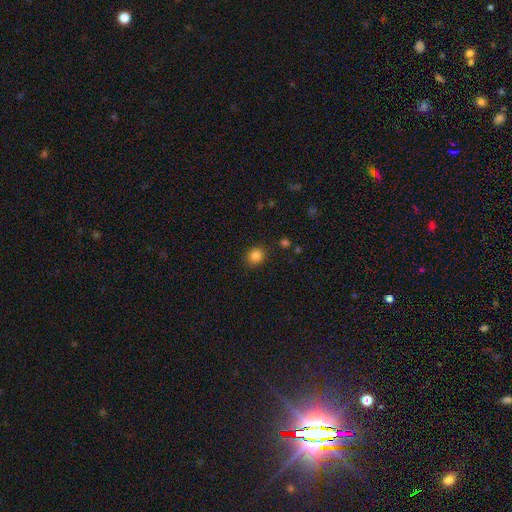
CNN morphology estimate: Smooth or featured?
  - smooth: 84% *
  - star or artifact: 11%
  - featured or disk: 5%
How rounded?
  - round: 70% *
  - in between: 29%
  - cigar-shaped: 1%
Merging?
  - none: 86% *
  - minor disturbance: 10%
  - major disturbance: 3%
  - merger: 2%